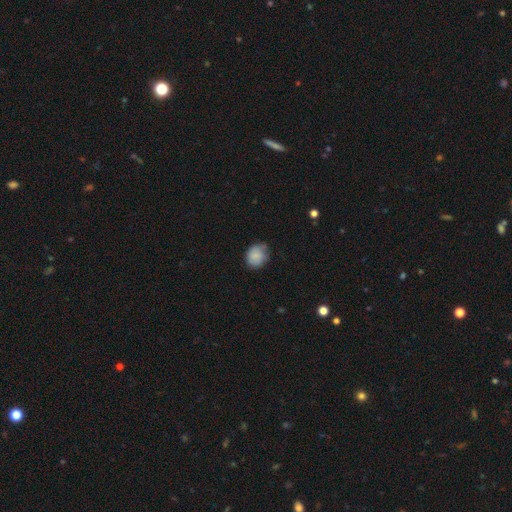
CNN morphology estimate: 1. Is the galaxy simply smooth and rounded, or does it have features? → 80% smooth, 13% featured or disk, 8% star or artifact.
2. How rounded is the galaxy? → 65% round, 35% in between, 1% cigar-shaped.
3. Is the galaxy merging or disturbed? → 58% none, 33% minor disturbance, 7% major disturbance, 2% merger.